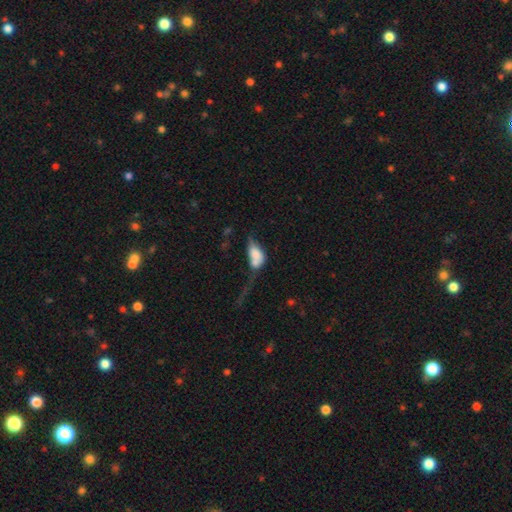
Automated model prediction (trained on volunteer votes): Smooth or featured? Predicted: smooth (p=0.61). How rounded? Predicted: in between (p=0.84). Merging? Predicted: merger (p=0.47).